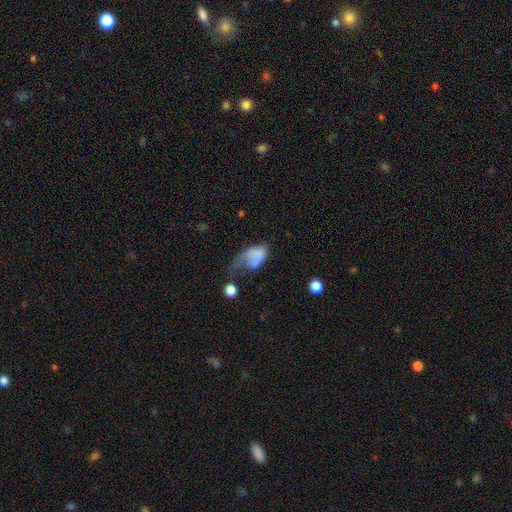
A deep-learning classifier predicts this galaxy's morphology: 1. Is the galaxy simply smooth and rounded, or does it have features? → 65% smooth, 26% featured or disk, 9% star or artifact.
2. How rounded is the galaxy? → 85% in between, 13% round, 2% cigar-shaped.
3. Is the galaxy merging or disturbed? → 56% major disturbance, 20% minor disturbance, 15% none, 9% merger.